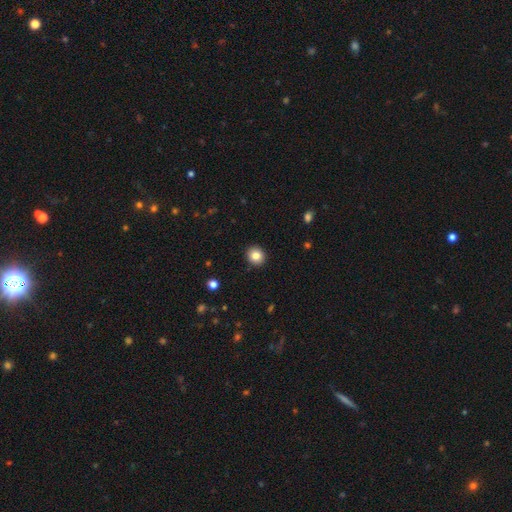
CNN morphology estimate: Smooth or featured? Predicted: smooth (p=0.84). How rounded? Predicted: round (p=0.78). Merging? Predicted: none (p=0.92).